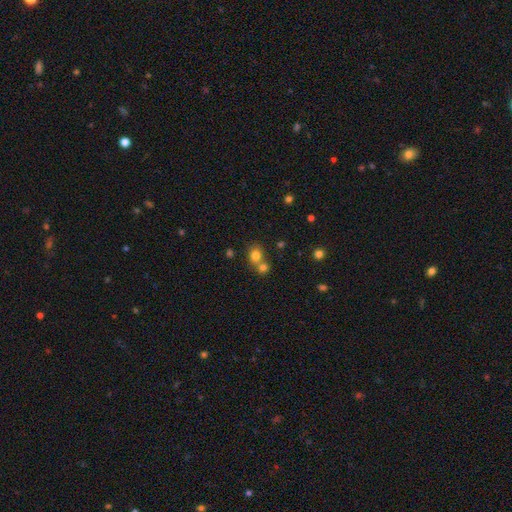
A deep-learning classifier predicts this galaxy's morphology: This is likely a smooth galaxy (77%). How rounded: likely round (73%). Merging: possibly merger (46%).